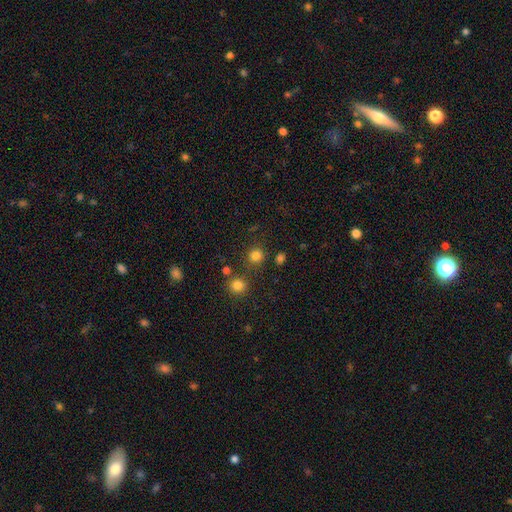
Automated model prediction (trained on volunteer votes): This is likely a smooth galaxy (80%). How rounded: clearly round (89%). Merging: clearly none (81%).